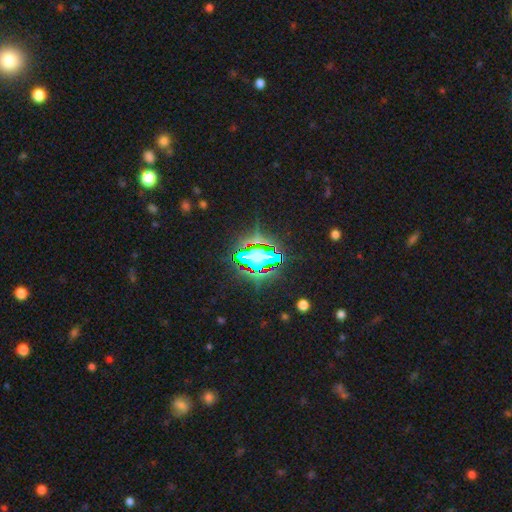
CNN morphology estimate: star or artifact 69%, smooth 17%, featured or disk 13%.